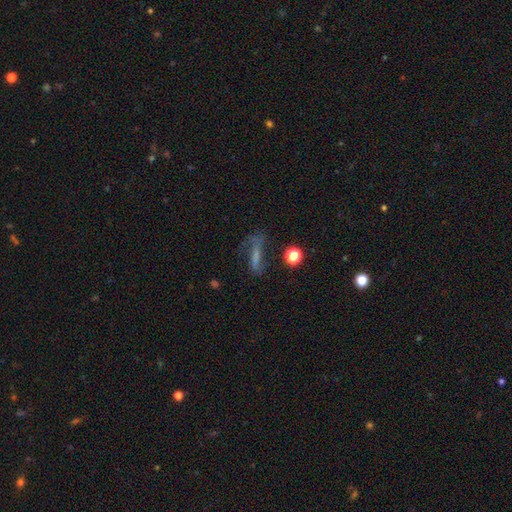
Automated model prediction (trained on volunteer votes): smooth-or-featured: featured or disk: 43% | smooth: 37% | star or artifact: 20%
  merging: none: 48% | major disturbance: 25% | minor disturbance: 20% | merger: 6%